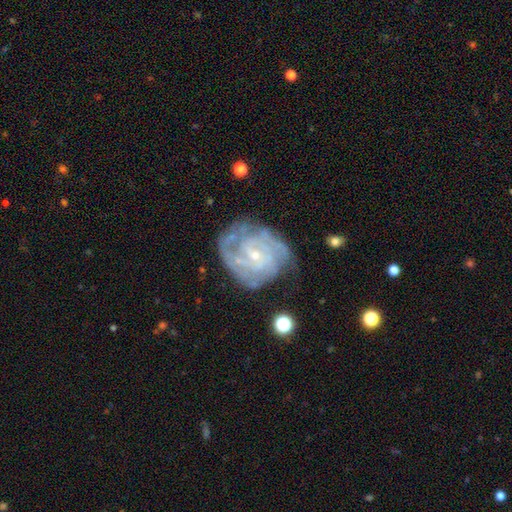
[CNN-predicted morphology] Smooth or featured? Predicted: featured or disk (p=0.86). Edge-on disk? Predicted: no (p=0.98). Bar? Predicted: no (p=0.60). Spiral arms? Predicted: yes (p=0.95). Spiral winding? Predicted: tight (p=0.65). Spiral arm count? Predicted: can't tell (p=0.31). Bulge size? Predicted: small (p=0.80). Merging? Predicted: none (p=0.67).